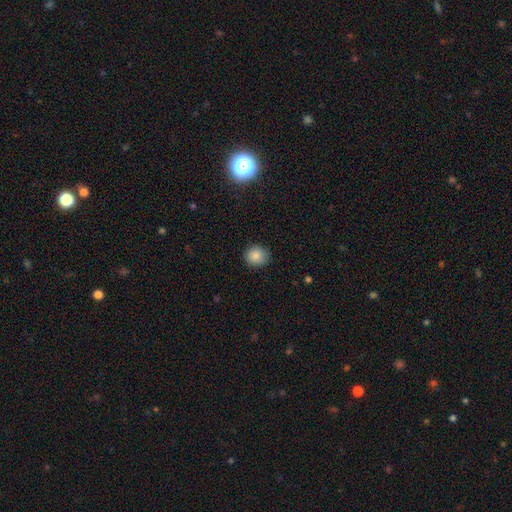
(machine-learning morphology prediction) This appears to be a smooth galaxy with no disk features (86%) that is round (87%). Merging: none (87%).